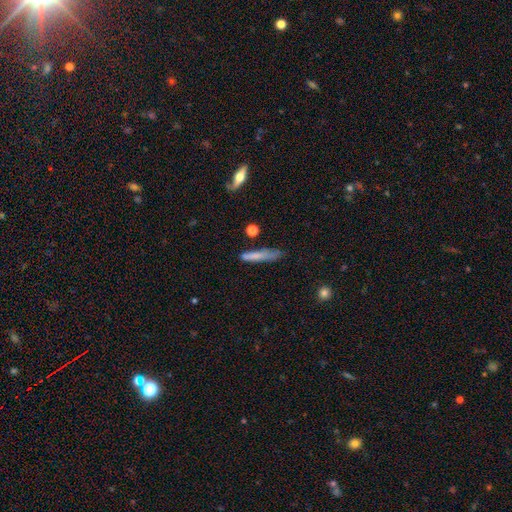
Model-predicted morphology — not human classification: Smooth or featured? Predicted: smooth (p=0.73). How rounded? Predicted: cigar-shaped (p=0.89). Merging? Predicted: none (p=0.60).